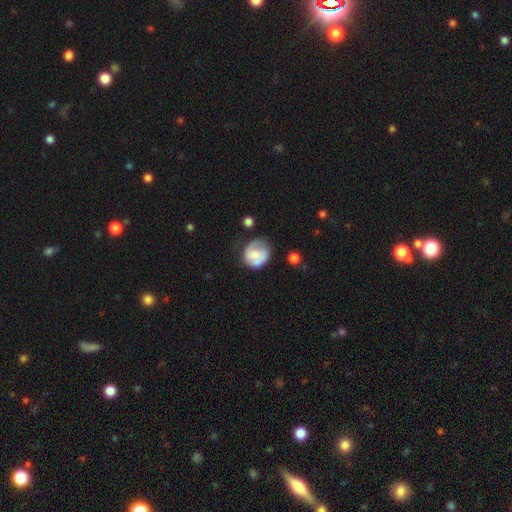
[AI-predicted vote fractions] Smooth or featured? Predicted: smooth (p=0.62). How rounded? Predicted: round (p=0.76). Merging? Predicted: none (p=0.51).